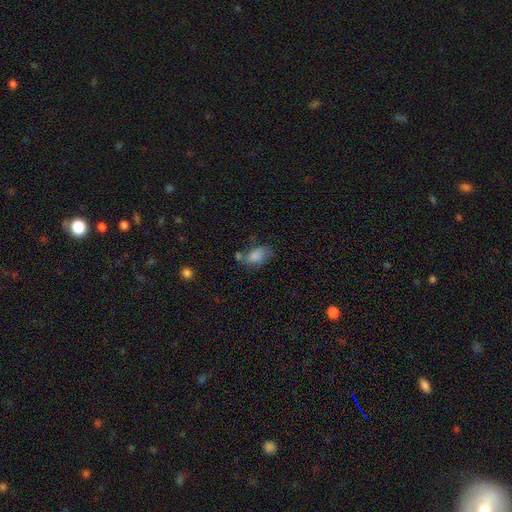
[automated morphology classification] smooth 78%, featured or disk 12%, star or artifact 10%. Down the decision tree: how rounded — in between (89%); merging — none (42%).